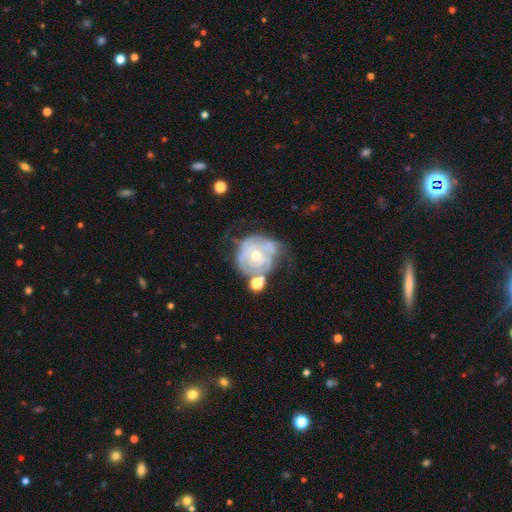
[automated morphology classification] The model was most divided on "bulge size": moderate: 52%, small: 44%, large: 2%, none: 1%, dominant: 1%. Remaining: edge-on disk — no (97%); spiral arms — yes (82%); bar — no (81%); smooth or featured — featured or disk (80%); spiral winding — tight (75%); spiral arm count — can't tell (47%); merging — none (40%).